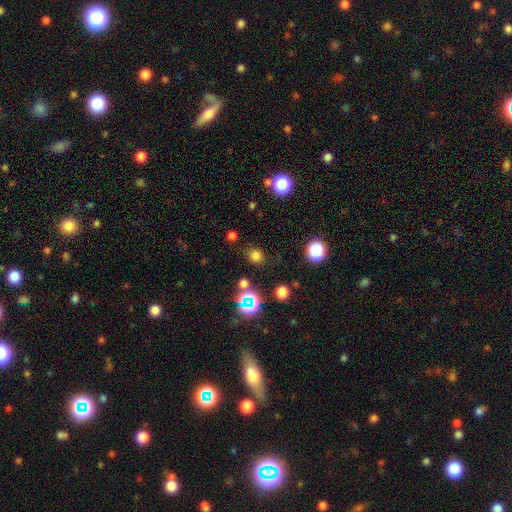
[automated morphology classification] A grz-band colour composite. It shows a smooth galaxy with no disk features (71%) that is round (71%). Merging: none (83%).